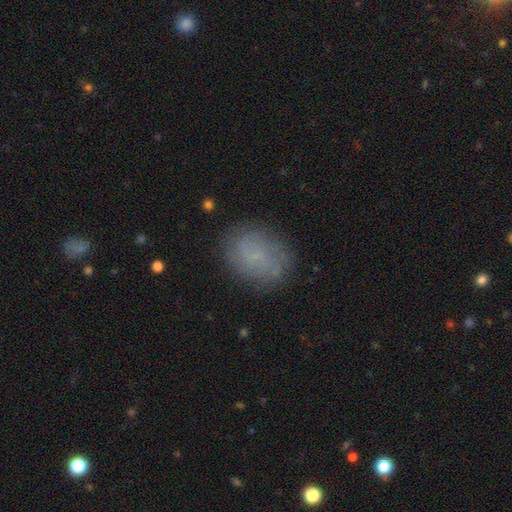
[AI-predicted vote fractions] The model was most divided on "how rounded": in between: 63%, round: 36%, cigar-shaped: 1%. More confident: merging — none (78%); smooth or featured — smooth (62%).